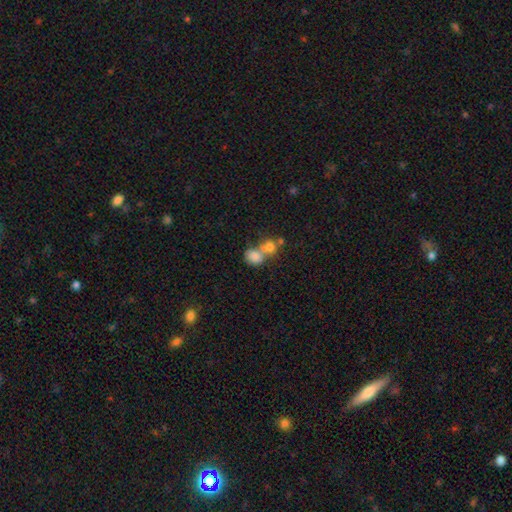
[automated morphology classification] A smooth galaxy with no disk features (77%) that is round (52%). Merging: merger (65%).